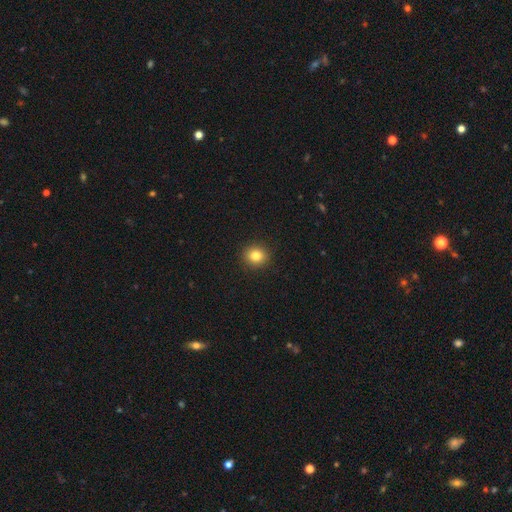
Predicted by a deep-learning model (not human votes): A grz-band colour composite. It shows a smooth galaxy with no disk features (84%) that is round (85%). Merging: none (92%).